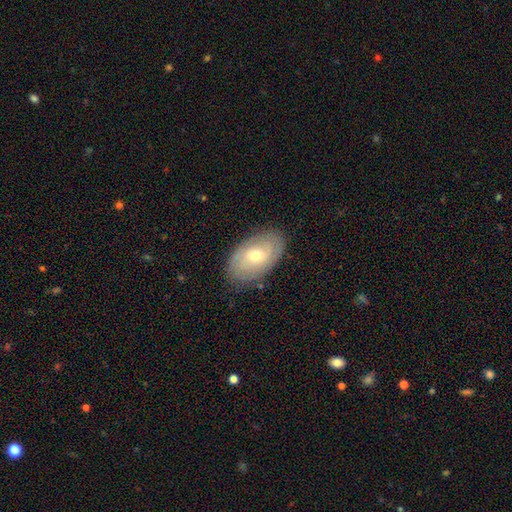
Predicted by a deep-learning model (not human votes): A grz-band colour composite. It shows a featured or disk galaxy (58%) with no bar (67%), spiral arms (73%) and a moderate central bulge (56%). Merging: none (83%).